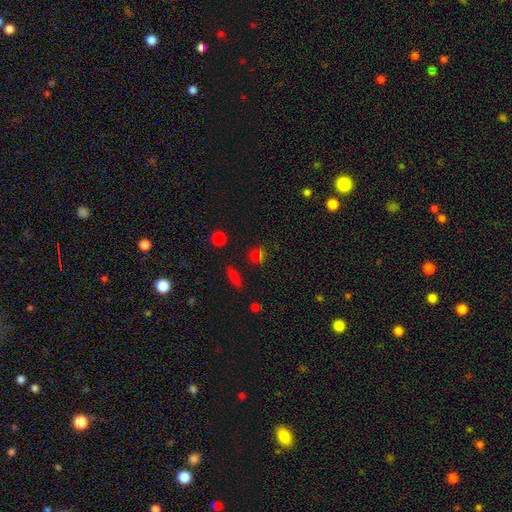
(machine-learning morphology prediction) smooth_or_featured: smooth (p=0.56) [alt: star or artifact p=0.35]
how_rounded: round (p=0.74) [alt: in between p=0.21]
merging: none (p=0.77) [alt: minor disturbance p=0.10]